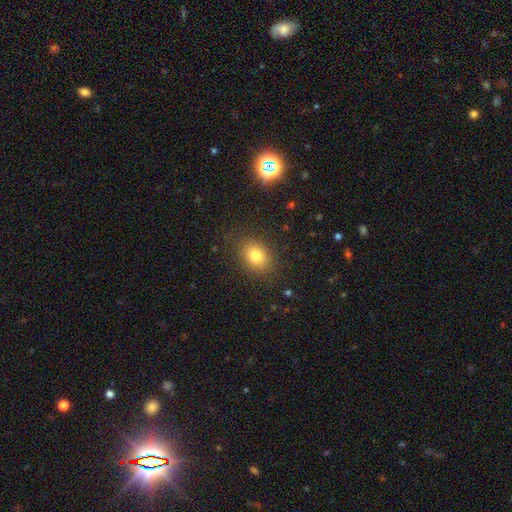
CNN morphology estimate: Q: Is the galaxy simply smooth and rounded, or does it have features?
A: smooth — 79%.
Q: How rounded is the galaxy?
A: in between — 60%.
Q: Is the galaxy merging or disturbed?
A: none — 84%.